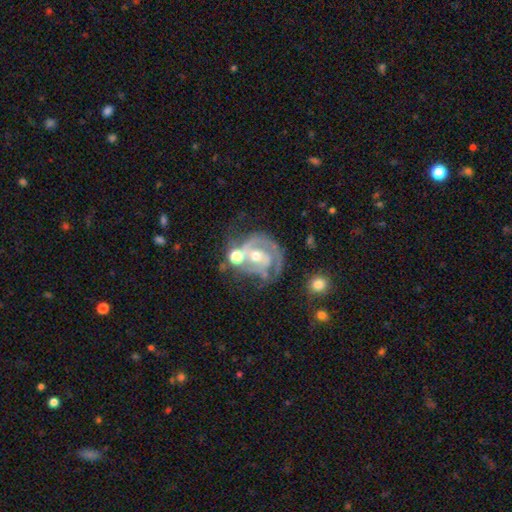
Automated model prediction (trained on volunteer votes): smooth-or-featured: featured or disk: 88% | smooth: 6% | star or artifact: 6%
  disk-edge-on: no: 98% | yes: 2%
    bar: no: 45% | weak: 38% | strong: 17%
    has-spiral-arms: yes: 96% | no: 4%
      spiral-winding: tight: 55% | medium: 37% | loose: 8%
      spiral-arm-count: 2: 62% | 3: 13% | can't tell: 11% | 1: 9% | 4: 2% | more than 4: 2%
    bulge-size: moderate: 57% | small: 38% | large: 2% | none: 1% | dominant: 1%
  merging: none: 51% | minor disturbance: 20% | merger: 15% | major disturbance: 14%